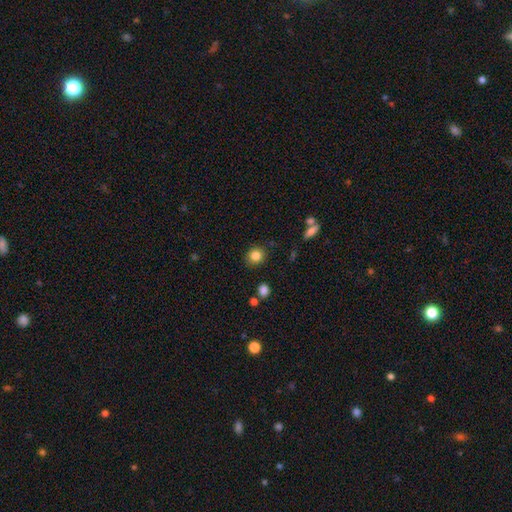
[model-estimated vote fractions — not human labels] Smooth or featured?
  - smooth: 84% *
  - star or artifact: 10%
  - featured or disk: 6%
How rounded?
  - round: 83% *
  - in between: 16%
  - cigar-shaped: 1%
Merging?
  - none: 87% *
  - minor disturbance: 8%
  - major disturbance: 2%
  - merger: 2%